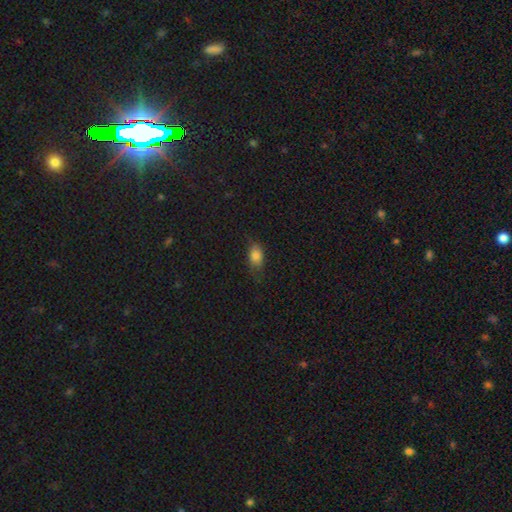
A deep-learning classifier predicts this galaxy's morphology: Smooth or featured: smooth — 82% (star or artifact — 10%)
How rounded: in between — 81% (round — 14%)
Merging: none — 68% (minor disturbance — 24%)